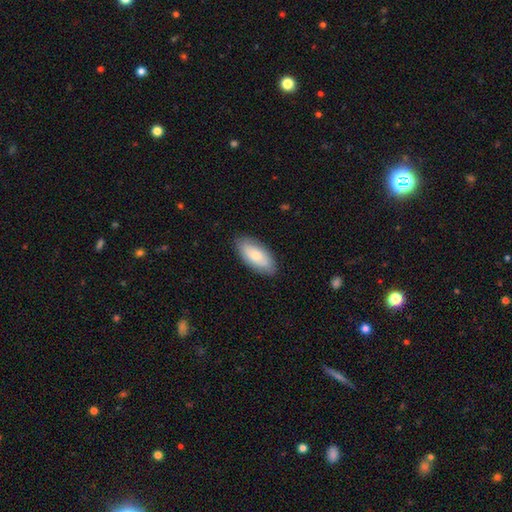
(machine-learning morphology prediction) Smooth or featured? Predicted: smooth (p=0.72). How rounded? Predicted: in between (p=0.89). Merging? Predicted: none (p=0.85).